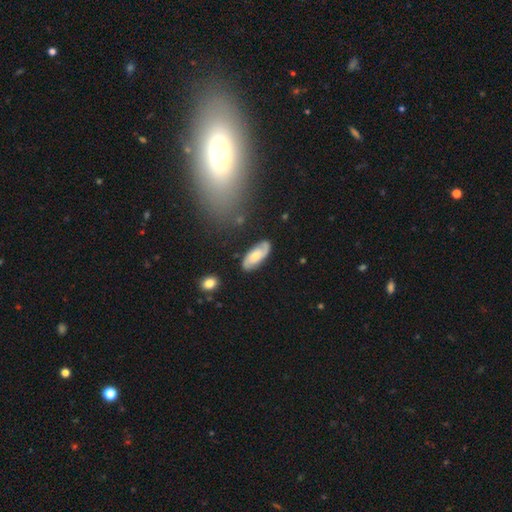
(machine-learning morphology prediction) This appears to be a featured or disk galaxy (62%) with no bar (64%), 2 (78%) medium (42%) spiral arms (90%) and a moderate central bulge (50%). Merging: none (80%).